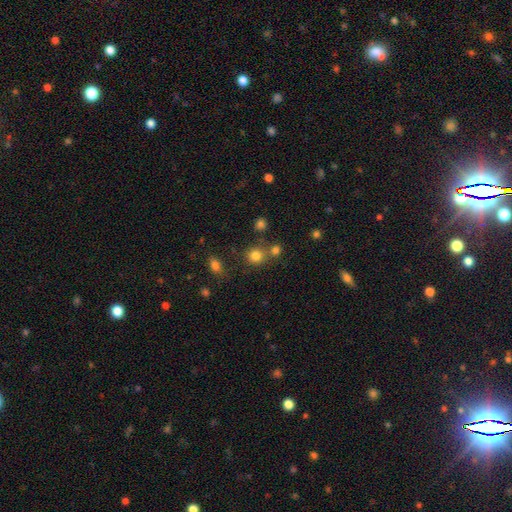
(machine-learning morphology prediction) type=smooth (79%); roundness=round (86%); merging=none (67%).